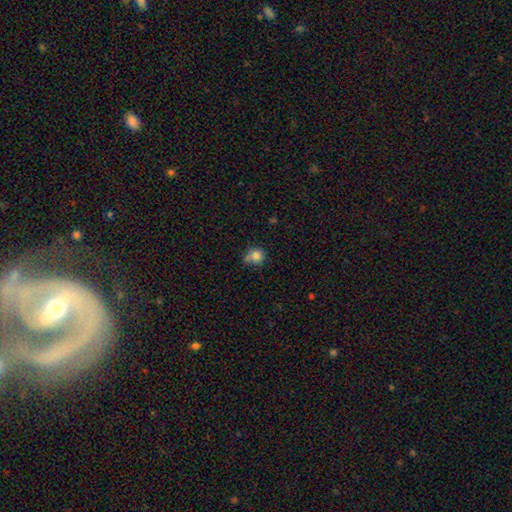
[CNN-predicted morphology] The model was most divided on "merging": none: 49%, minor disturbance: 31%, merger: 11%, major disturbance: 9%. More confident: smooth or featured — smooth (83%); how rounded — round (82%).